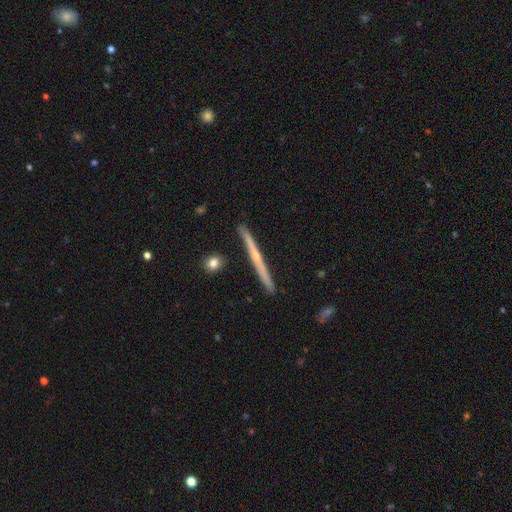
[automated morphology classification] Smooth or featured? Predicted: featured or disk (p=0.69). Edge-on disk? Predicted: yes (p=0.98). Edge-on bulge? Predicted: rounded (p=0.50). Merging? Predicted: none (p=0.90).